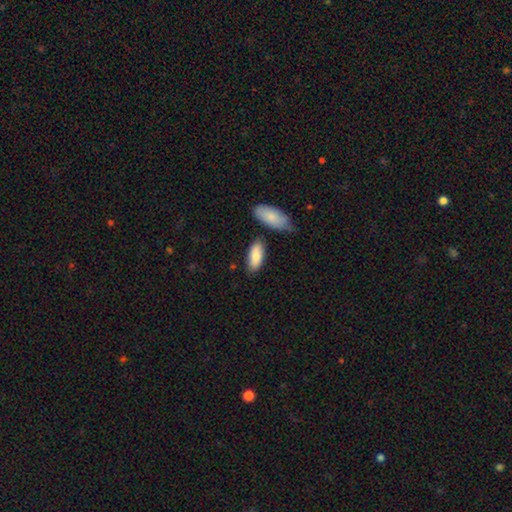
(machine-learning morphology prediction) A smooth galaxy with no disk features (86%) that is in between round and cigar-shaped (86%). Merging: none (73%).